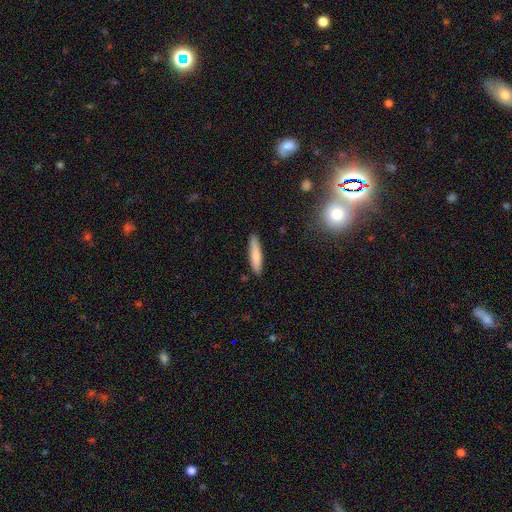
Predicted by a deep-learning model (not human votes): This appears to be a smooth galaxy with no disk features (80%) that is cigar-shaped (84%). Merging: none (87%).